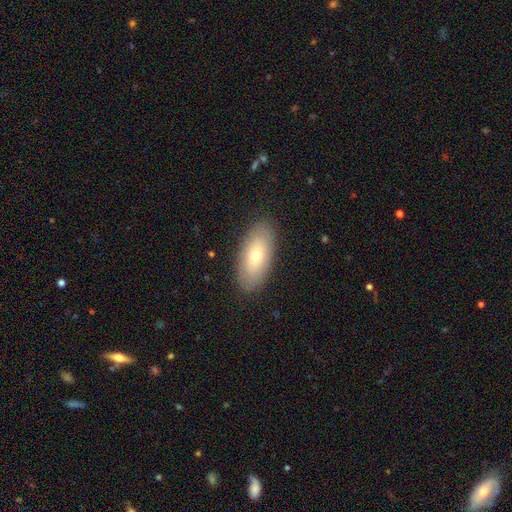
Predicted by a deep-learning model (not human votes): Smooth or featured: smooth — 68% (featured or disk — 25%)
How rounded: in between — 90% (cigar-shaped — 7%)
Merging: none — 88% (minor disturbance — 9%)